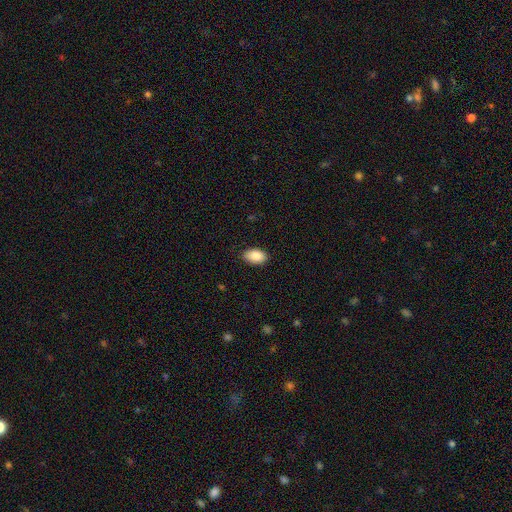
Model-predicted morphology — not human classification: This appears to be a smooth galaxy with no disk features (89%) that is in between round and cigar-shaped (92%). Merging: none (87%).